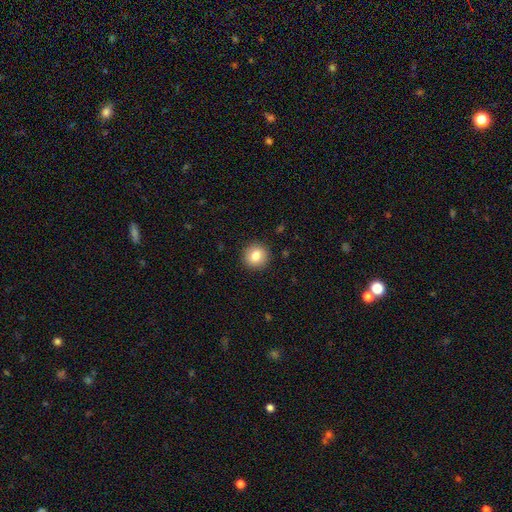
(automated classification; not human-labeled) Smooth or featured? smooth (82%)
How rounded? round (92%)
Merging? none (91%)